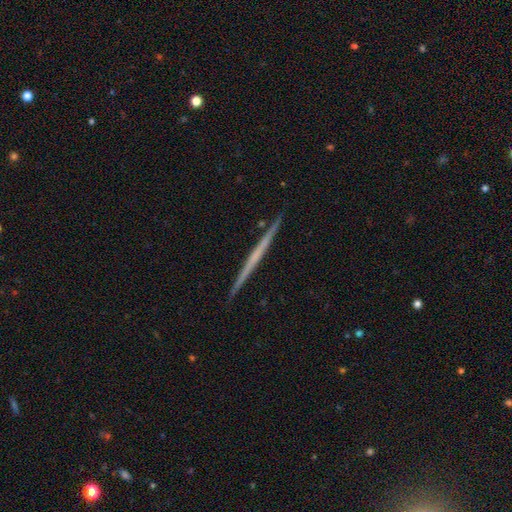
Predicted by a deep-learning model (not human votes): Morphology: type=featured or disk (66%); edge-on=yes (98%); edge-on bulge=none (86%); merging=none (93%).